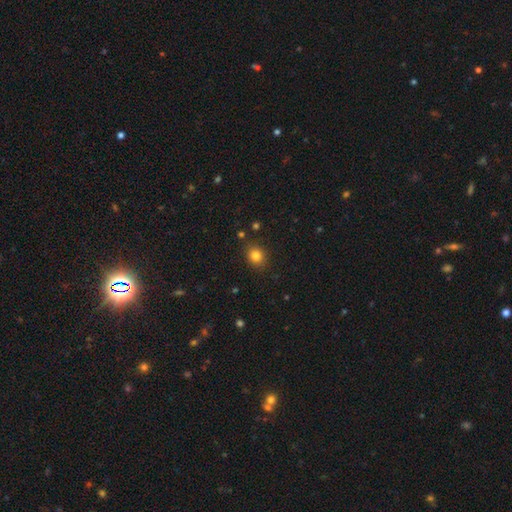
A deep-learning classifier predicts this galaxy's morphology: smooth-or-featured: smooth: 82% | star or artifact: 12% | featured or disk: 6%
  how-rounded: round: 67% | in between: 32% | cigar-shaped: 1%
  merging: none: 87% | minor disturbance: 9% | major disturbance: 2% | merger: 2%